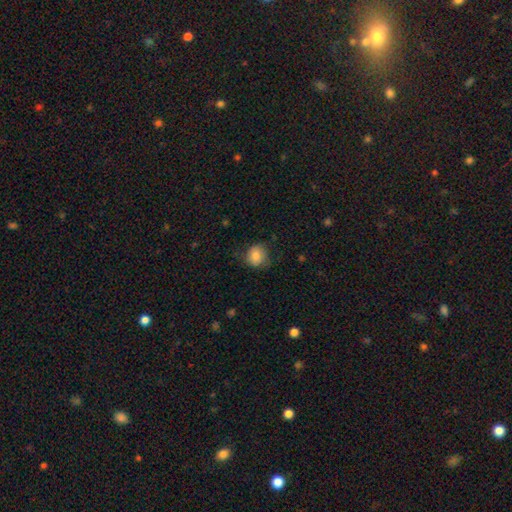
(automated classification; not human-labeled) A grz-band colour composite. It shows a smooth galaxy with no disk features (79%) that is round (74%). Merging: none (66%).